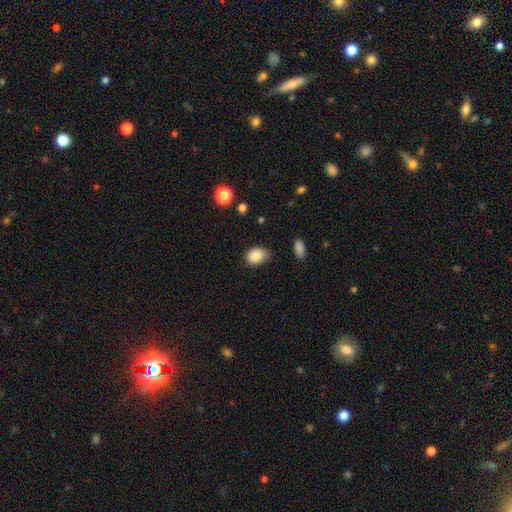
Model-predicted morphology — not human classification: Overall: smooth (87%). How rounded: in between (68%; round 31%). Merging: none (64%; minor disturbance 28%).